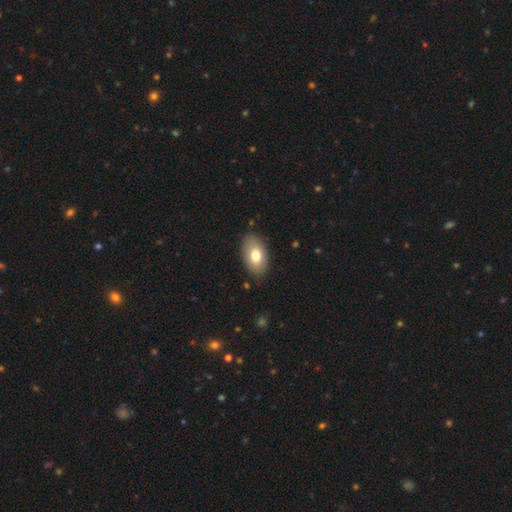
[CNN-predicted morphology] Smooth or featured? Predicted: smooth (p=0.77). How rounded? Predicted: in between (p=0.93). Merging? Predicted: none (p=0.83).